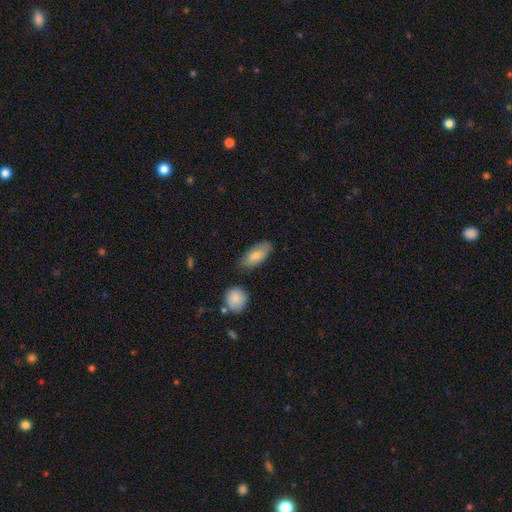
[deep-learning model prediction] Q: Smooth or featured?
A: smooth (78%); runner-up: featured or disk (16%)
Q: How rounded?
A: in between (84%); runner-up: cigar-shaped (14%)
Q: Merging?
A: none (78%); runner-up: minor disturbance (16%)